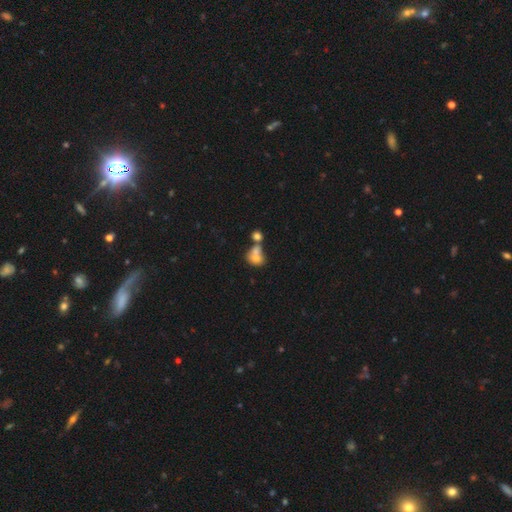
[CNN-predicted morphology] smooth_or_featured: smooth (p=0.70) [alt: featured or disk p=0.19]
how_rounded: round (p=0.60) [alt: in between p=0.39]
merging: merger (p=0.61) [alt: none p=0.25]